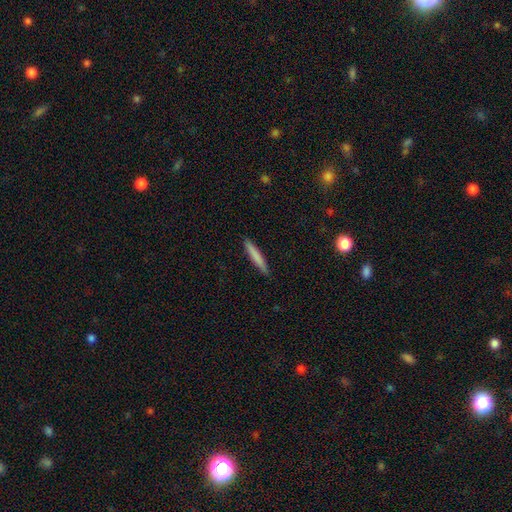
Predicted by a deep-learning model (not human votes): Smooth or featured? Predicted: smooth (p=0.77). How rounded? Predicted: cigar-shaped (p=0.94). Merging? Predicted: none (p=0.90).